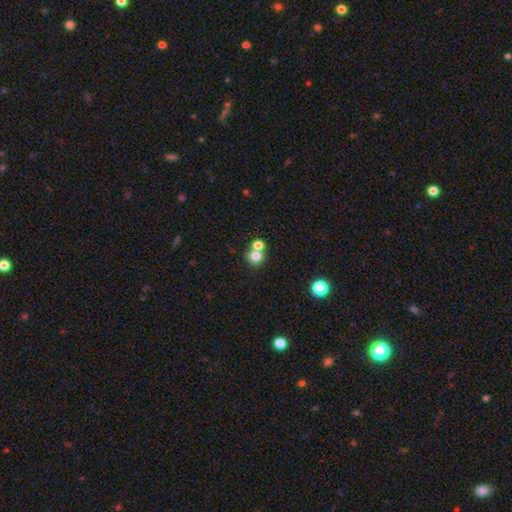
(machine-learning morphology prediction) type=smooth (76%); roundness=round (82%); merging=merger (45%, tied with none).